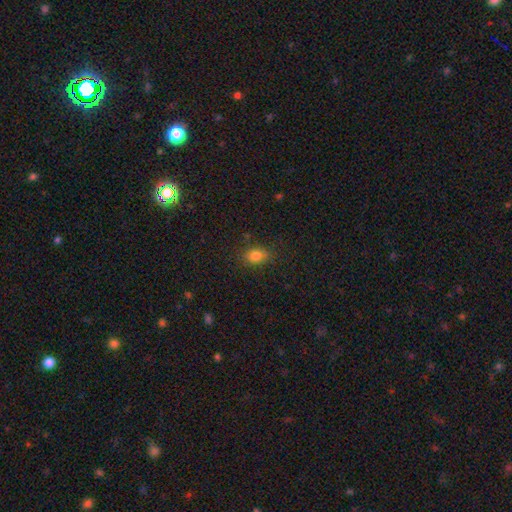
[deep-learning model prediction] Q: Smooth or featured?
A: smooth (81%); runner-up: star or artifact (12%)
Q: How rounded?
A: in between (65%); runner-up: round (33%)
Q: Merging?
A: none (80%); runner-up: minor disturbance (15%)